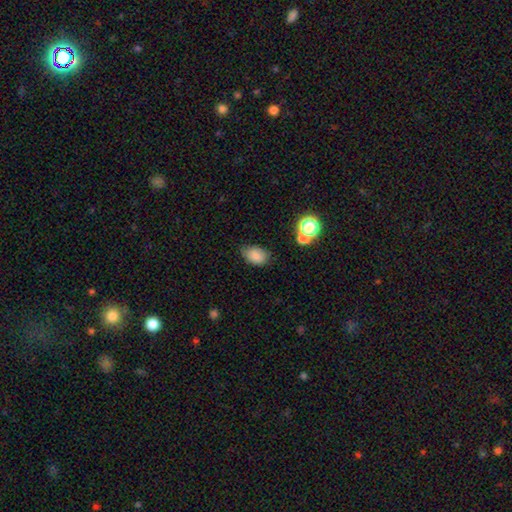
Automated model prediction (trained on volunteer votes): Morphology: type=smooth (83%); roundness=in between (84%); merging=none (66%).